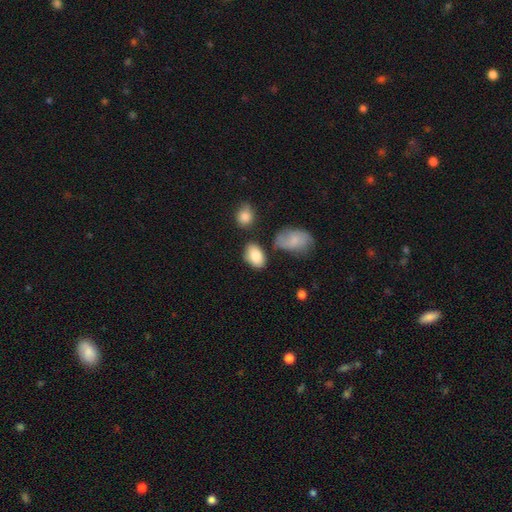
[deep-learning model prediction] A smooth galaxy with no disk features (83%) that is in between round and cigar-shaped (88%). Merging: none (71%).